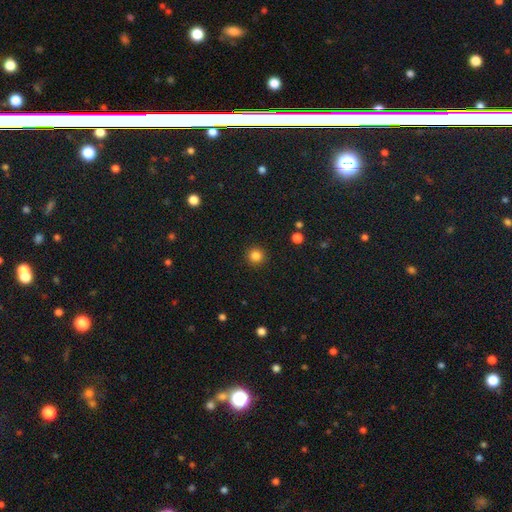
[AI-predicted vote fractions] Morphology: type=smooth (84%); roundness=round (94%); merging=none (92%).